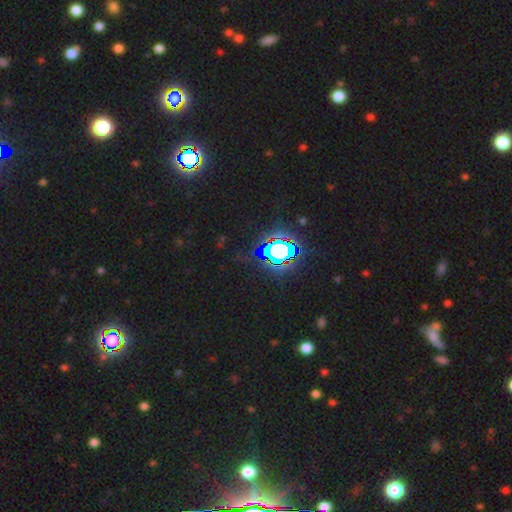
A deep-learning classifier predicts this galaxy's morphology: The model was most divided on "smooth or featured": star or artifact: 82%, smooth: 11%, featured or disk: 7%.